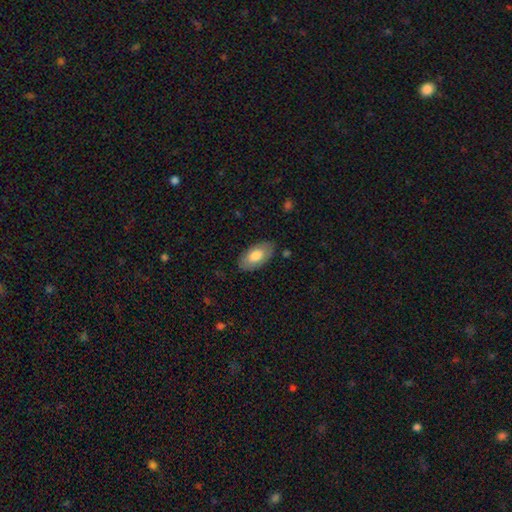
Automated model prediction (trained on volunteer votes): This is likely a smooth galaxy (76%). How rounded: clearly in between (95%). Merging: clearly none (83%).